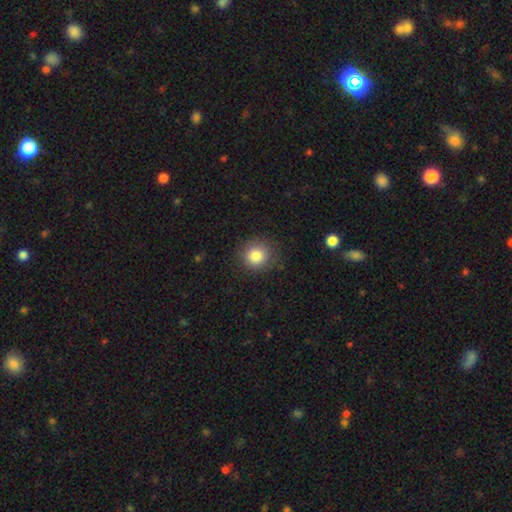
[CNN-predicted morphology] type=smooth (84%); roundness=round (89%); merging=none (86%).